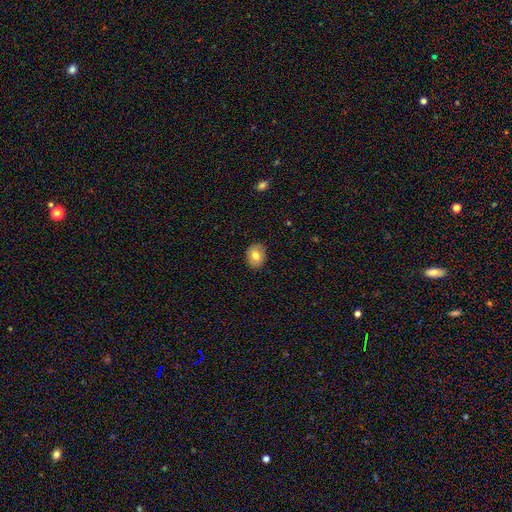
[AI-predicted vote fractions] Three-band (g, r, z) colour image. It shows a smooth galaxy with no disk features (76%) that is round (55%). Merging: none (88%).